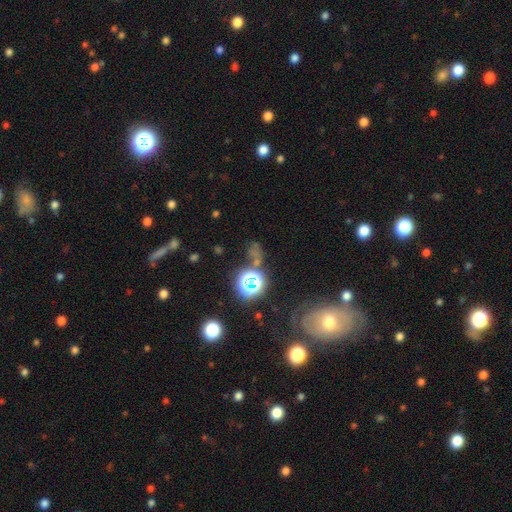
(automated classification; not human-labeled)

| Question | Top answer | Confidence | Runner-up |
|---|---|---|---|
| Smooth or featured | star or artifact | 53% | smooth (33%) |